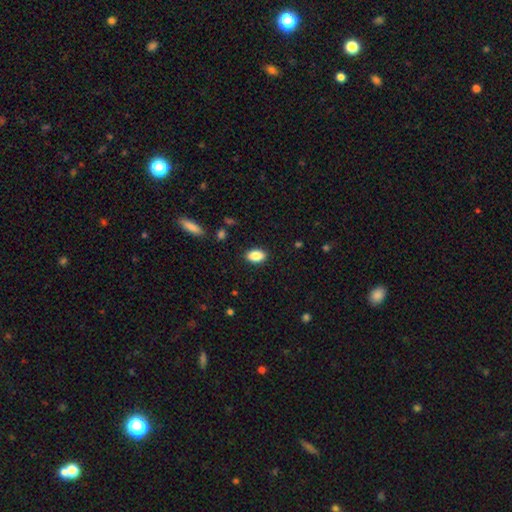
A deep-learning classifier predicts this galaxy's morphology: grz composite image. It shows a smooth galaxy with no disk features (87%) that is in between round and cigar-shaped (88%). Merging: none (88%).